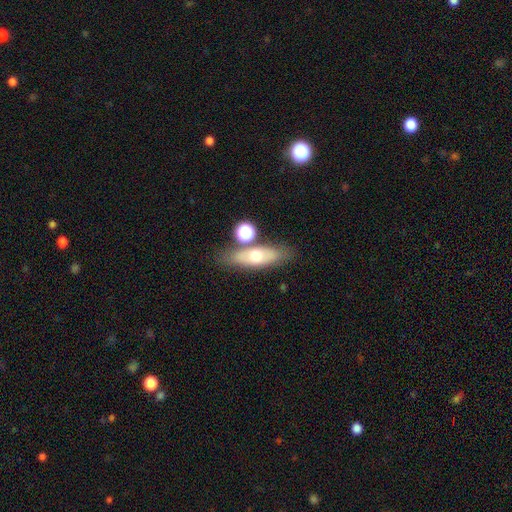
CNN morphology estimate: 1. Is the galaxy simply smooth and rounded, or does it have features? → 56% smooth, 35% featured or disk, 10% star or artifact.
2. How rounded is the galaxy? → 53% in between, 38% cigar-shaped, 9% round.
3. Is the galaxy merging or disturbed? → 69% none, 13% merger, 13% minor disturbance, 5% major disturbance.